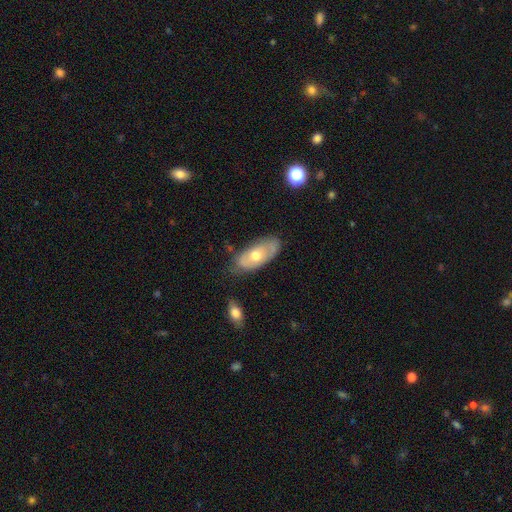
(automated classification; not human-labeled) Q: Smooth or featured?
A: smooth (51%); runner-up: featured or disk (42%)
Q: How rounded?
A: in between (88%); runner-up: cigar-shaped (8%)
Q: Merging?
A: none (67%); runner-up: minor disturbance (24%)